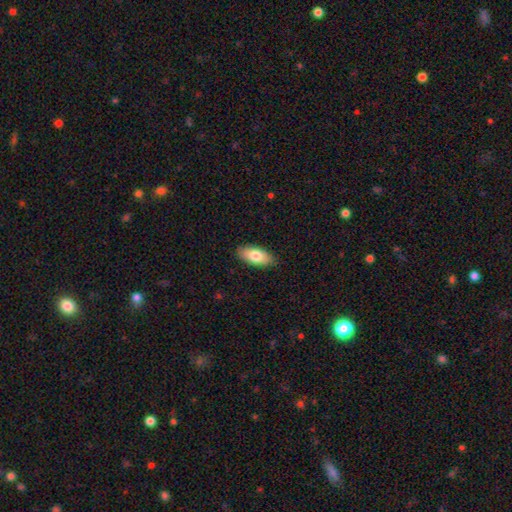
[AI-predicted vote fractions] smooth-or-featured: smooth: 79% | featured or disk: 15% | star or artifact: 6%
  how-rounded: in between: 89% | cigar-shaped: 9% | round: 2%
  merging: none: 87% | minor disturbance: 10% | major disturbance: 2% | merger: 1%